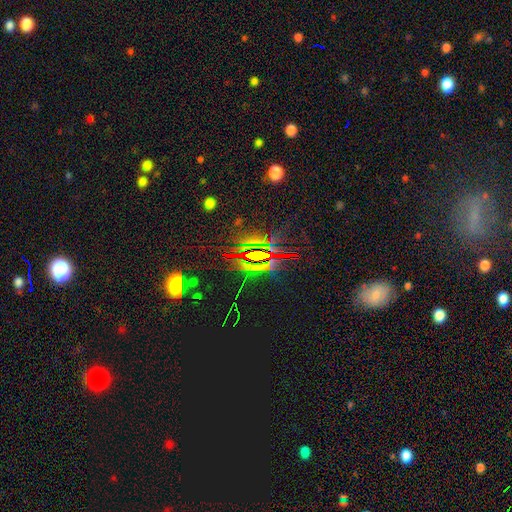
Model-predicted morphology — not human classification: Smooth or featured: star or artifact — 80% (featured or disk — 10%)